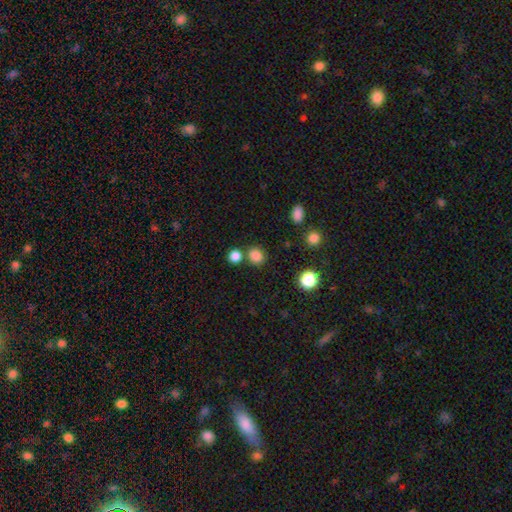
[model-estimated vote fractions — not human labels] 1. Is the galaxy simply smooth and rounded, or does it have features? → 83% smooth, 13% star or artifact, 4% featured or disk.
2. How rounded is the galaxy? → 78% round, 21% in between, 1% cigar-shaped.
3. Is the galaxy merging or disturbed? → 73% none, 15% merger, 9% minor disturbance, 3% major disturbance.